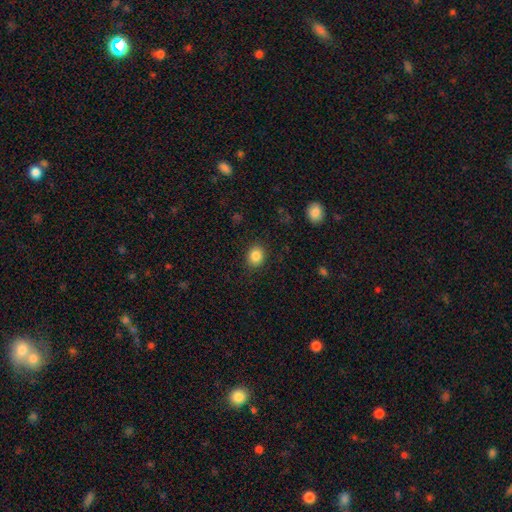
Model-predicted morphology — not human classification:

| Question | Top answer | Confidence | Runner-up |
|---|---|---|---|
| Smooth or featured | smooth | 86% | star or artifact (10%) |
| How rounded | round | 65% | in between (34%) |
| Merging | none | 88% | minor disturbance (8%) |